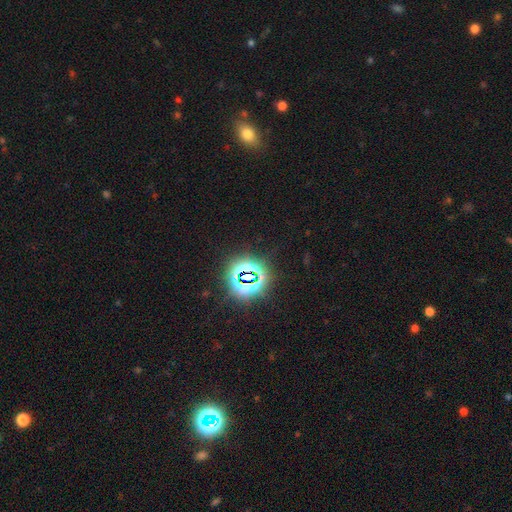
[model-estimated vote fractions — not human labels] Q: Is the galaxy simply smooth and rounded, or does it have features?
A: star or artifact — 78%.